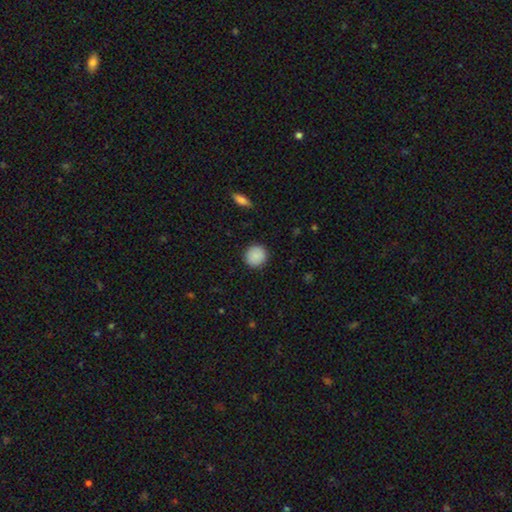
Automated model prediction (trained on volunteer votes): A smooth galaxy with no disk features (89%) that is round (91%).

Vote fractions:
- Smooth or featured? smooth: 89% / star or artifact: 7% / featured or disk: 3%
- How rounded? round: 91% / in between: 8% / cigar-shaped: 1%
- Merging? none: 91% / minor disturbance: 6% / major disturbance: 2% / merger: 1%